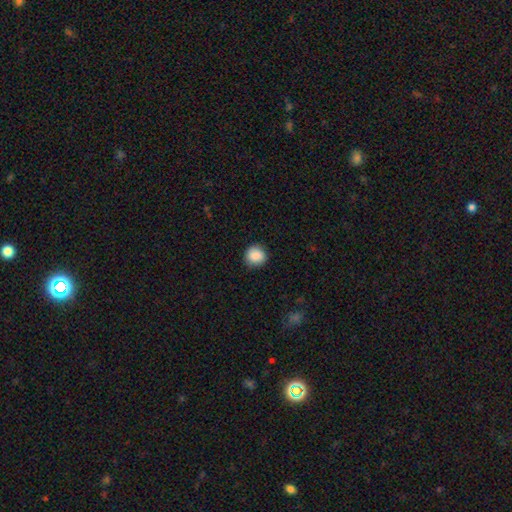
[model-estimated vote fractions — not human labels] Morphology: type=smooth (88%); roundness=round (90%); merging=none (87%).